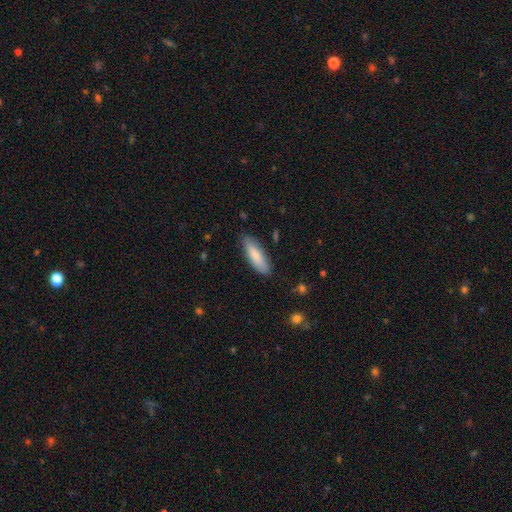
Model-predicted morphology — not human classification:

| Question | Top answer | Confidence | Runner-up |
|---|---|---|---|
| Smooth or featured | smooth | 83% | featured or disk (11%) |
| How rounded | in between | 52% | cigar-shaped (46%) |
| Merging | none | 84% | minor disturbance (12%) |